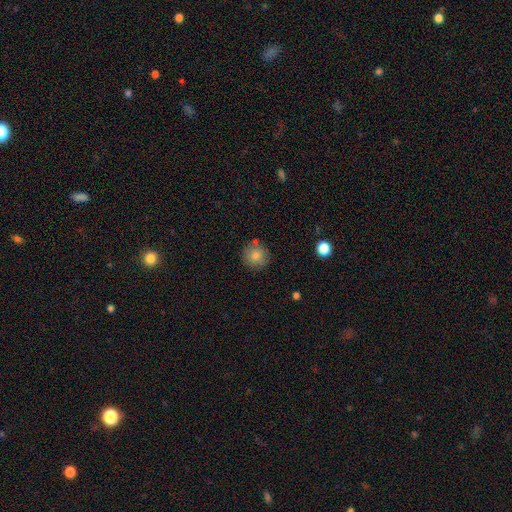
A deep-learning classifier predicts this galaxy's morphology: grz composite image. It shows a smooth galaxy with no disk features (82%) that is round (94%). Merging: none (81%).